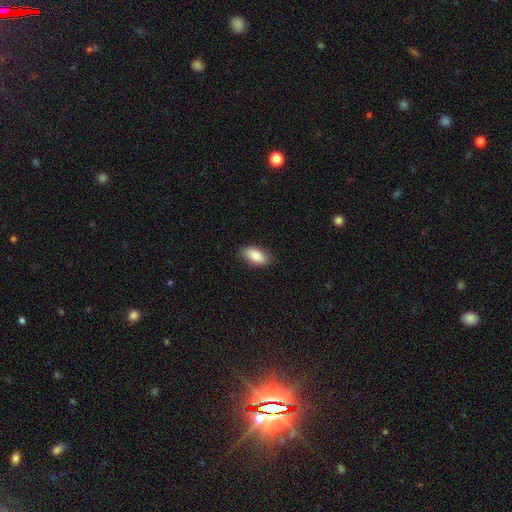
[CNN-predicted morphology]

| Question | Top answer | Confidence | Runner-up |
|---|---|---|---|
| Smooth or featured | smooth | 84% | featured or disk (9%) |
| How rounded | in between | 90% | cigar-shaped (6%) |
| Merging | none | 86% | minor disturbance (11%) |